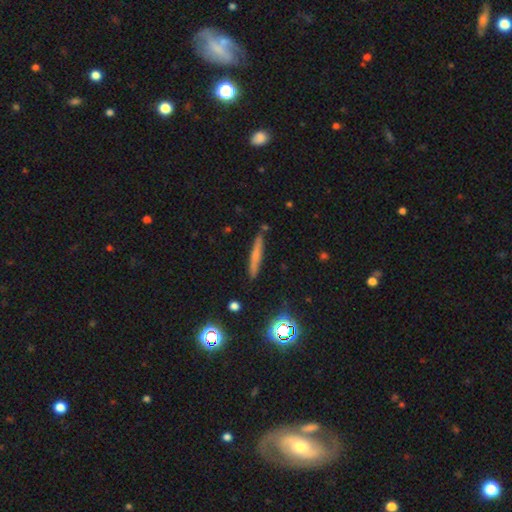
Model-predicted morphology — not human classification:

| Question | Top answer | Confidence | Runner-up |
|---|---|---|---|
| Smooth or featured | smooth | 57% | featured or disk (30%) |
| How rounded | cigar-shaped | 91% | in between (6%) |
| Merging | none | 86% | minor disturbance (10%) |